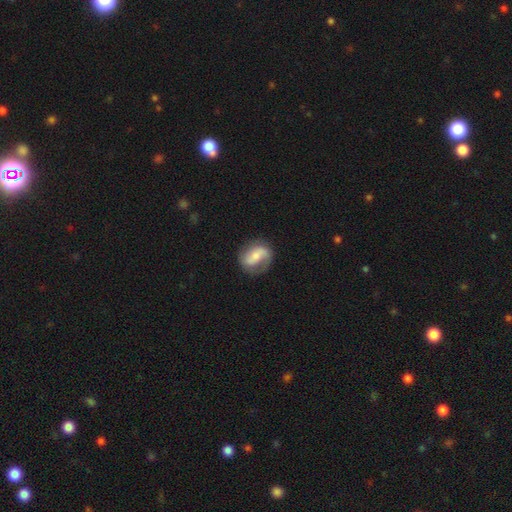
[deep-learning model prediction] The model was most divided on "bar": weak: 38%, no: 35%, strong: 27%. Remaining: edge-on disk — no (97%); spiral arms — yes (86%); spiral arm count — 2 (74%); merging — none (70%); smooth or featured — featured or disk (60%); bulge size — small (46%); spiral winding — medium (41%).